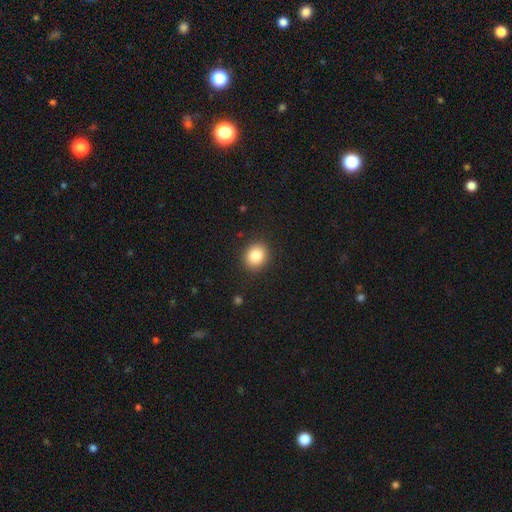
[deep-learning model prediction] smooth 85%, star or artifact 9%, featured or disk 6%. Down the decision tree: how rounded — round (67%); merging — none (89%).